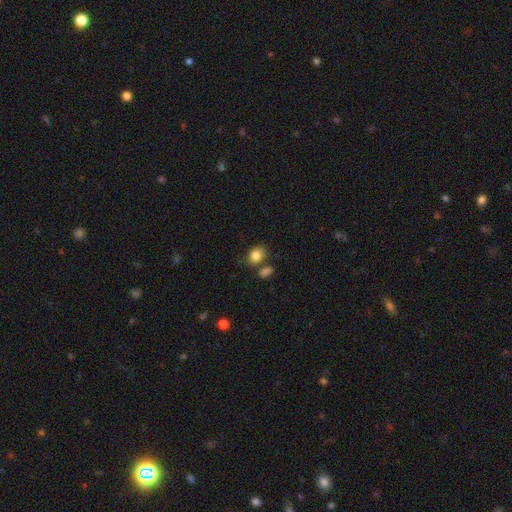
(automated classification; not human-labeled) Smooth or featured? smooth (84%)
How rounded? in between (59%)
Merging? none (63%)